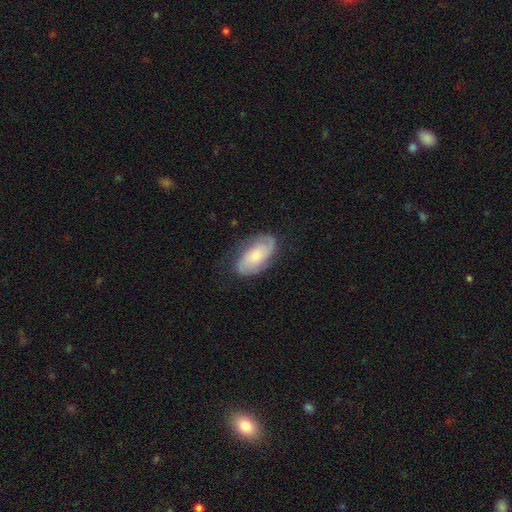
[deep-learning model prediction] Smooth or featured: featured or disk — 56% (smooth — 37%)
Edge-on disk: no — 95% (yes — 5%)
Bar: no — 71% (weak — 24%)
Spiral arms: yes — 89% (no — 11%)
Bulge size: small — 47% (moderate — 38%)
Merging: none — 73% (minor disturbance — 19%)